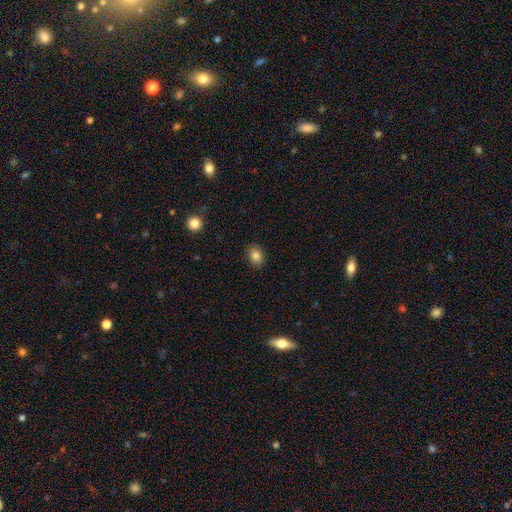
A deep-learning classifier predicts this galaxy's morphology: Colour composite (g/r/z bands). It shows a smooth galaxy with no disk features (84%) that is in between round and cigar-shaped (59%). Merging: none (88%).